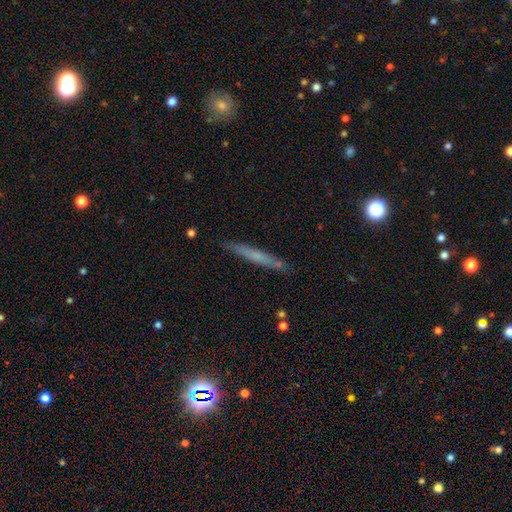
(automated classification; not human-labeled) This is possibly a smooth galaxy (56%). How rounded: clearly cigar-shaped (96%). Merging: clearly none (84%).